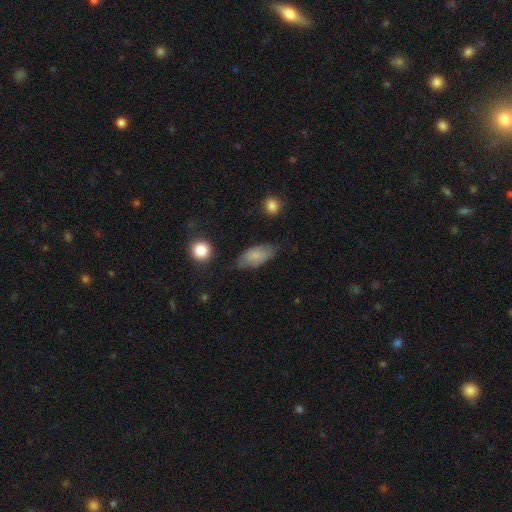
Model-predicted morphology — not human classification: smooth_or_featured: smooth (p=0.75) [alt: featured or disk p=0.18]
how_rounded: in between (p=0.89) [alt: cigar-shaped p=0.07]
merging: none (p=0.66) [alt: minor disturbance p=0.25]